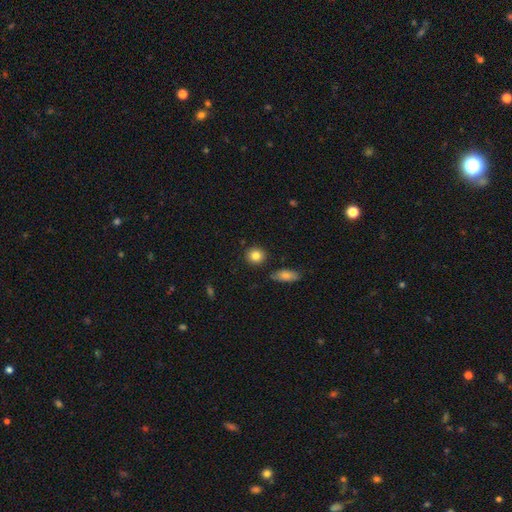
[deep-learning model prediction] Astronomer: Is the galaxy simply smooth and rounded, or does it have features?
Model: smooth — 84%.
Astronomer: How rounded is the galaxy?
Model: round — 86%.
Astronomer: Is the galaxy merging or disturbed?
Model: none — 87%.